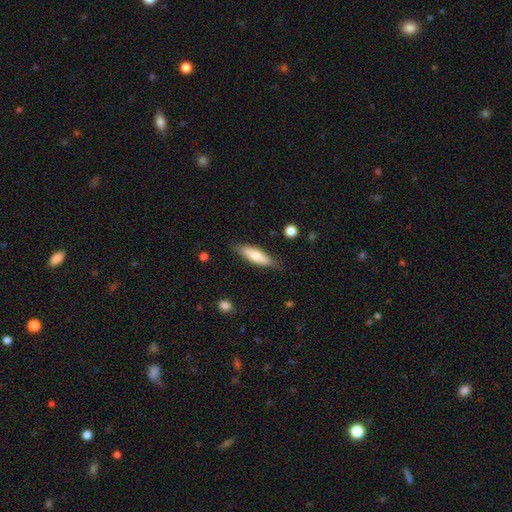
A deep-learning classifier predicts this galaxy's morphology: Smooth or featured? smooth (67%)
How rounded? cigar-shaped (59%)
Merging? none (81%)